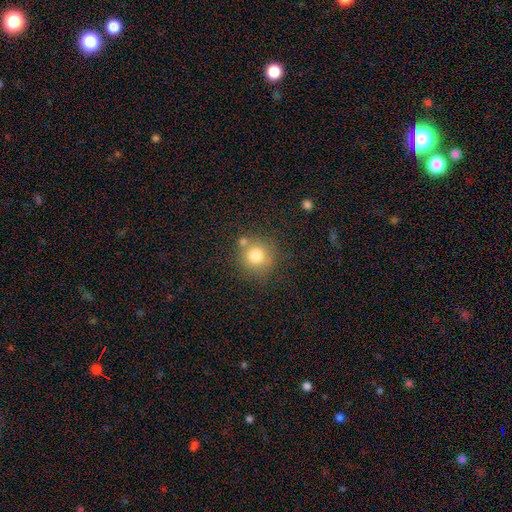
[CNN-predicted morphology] Q: Smooth or featured?
A: smooth (77%); runner-up: star or artifact (12%)
Q: How rounded?
A: round (92%); runner-up: in between (7%)
Q: Merging?
A: none (71%); runner-up: merger (14%)